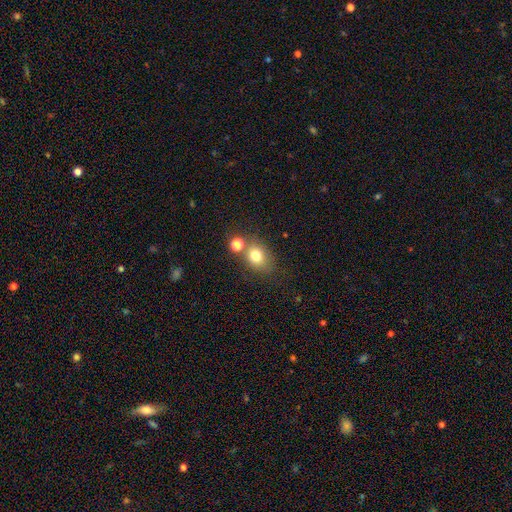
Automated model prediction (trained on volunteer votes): Smooth or featured?
  - smooth: 76% *
  - star or artifact: 13%
  - featured or disk: 10%
How rounded?
  - round: 54% *
  - in between: 45%
  - cigar-shaped: 1%
Merging?
  - none: 61% *
  - merger: 21%
  - minor disturbance: 13%
  - major disturbance: 5%